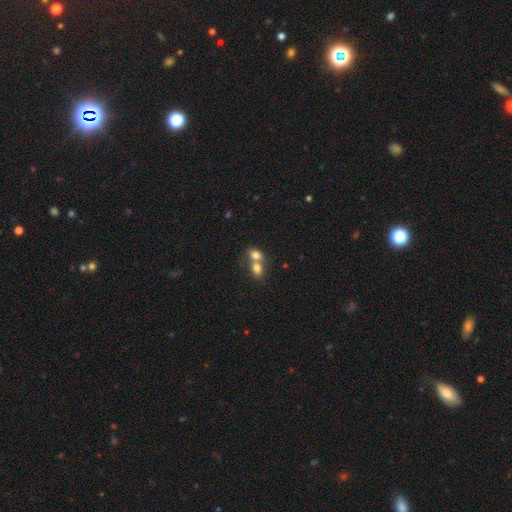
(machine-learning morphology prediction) smooth_or_featured: smooth (p=0.76) [alt: featured or disk p=0.14]
how_rounded: in between (p=0.59) [alt: round p=0.40]
merging: merger (p=0.69) [alt: none p=0.22]